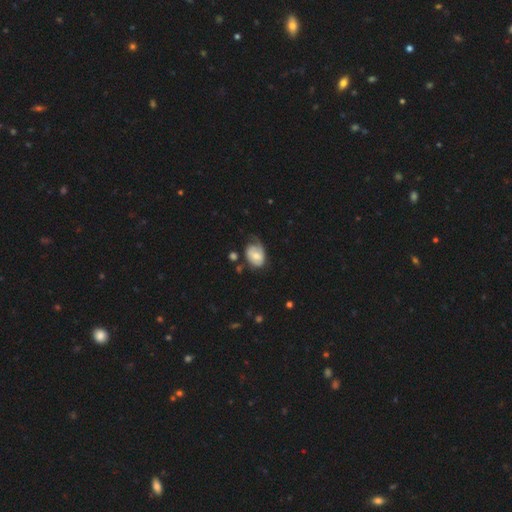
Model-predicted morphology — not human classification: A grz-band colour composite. It shows a smooth galaxy with no disk features (48%). Merging: minor disturbance (36%, tied with none).